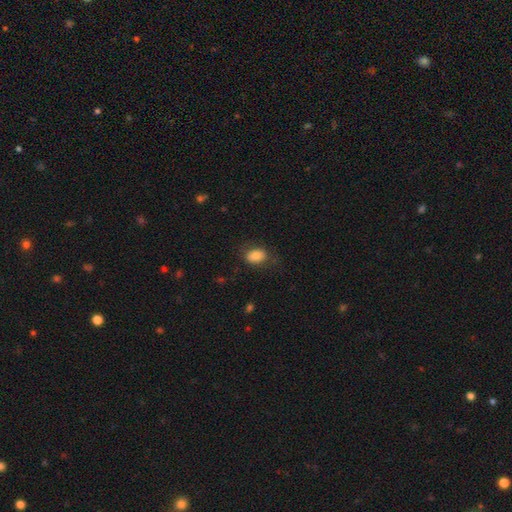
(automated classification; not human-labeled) Overall: smooth (84%). How rounded: in between (80%). Merging: none (72%).